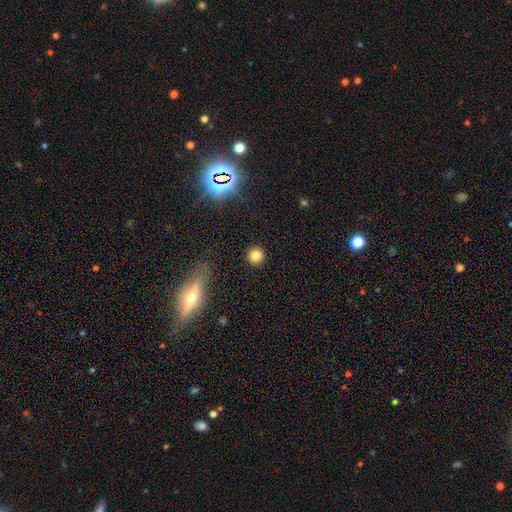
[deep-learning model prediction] Morphology: type=smooth (81%); roundness=round (94%); merging=none (91%).